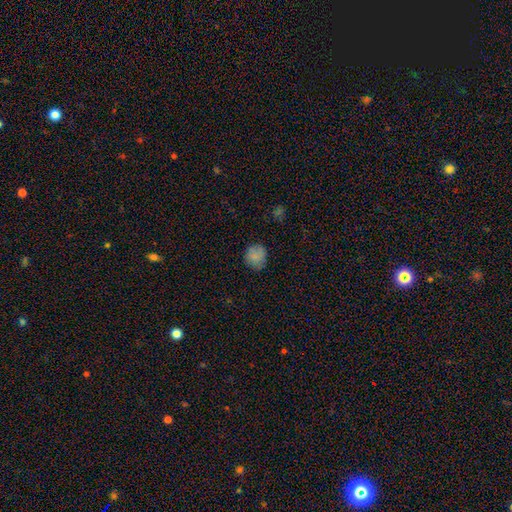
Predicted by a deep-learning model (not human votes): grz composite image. It shows a smooth galaxy with no disk features (82%) that is round (80%). Merging: none (79%).